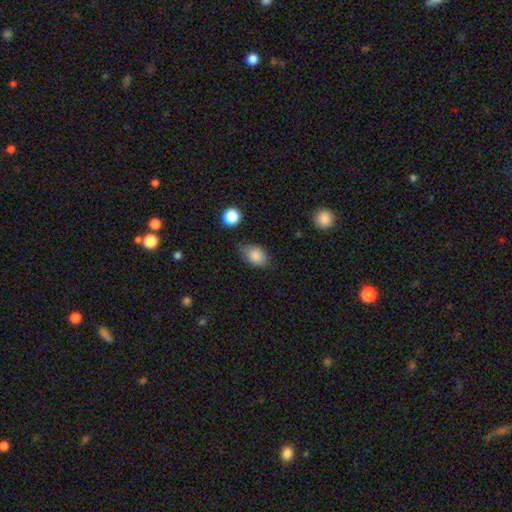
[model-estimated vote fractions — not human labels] Smooth or featured: smooth — 84% (star or artifact — 9%)
How rounded: in between — 80% (round — 18%)
Merging: none — 63% (minor disturbance — 27%)